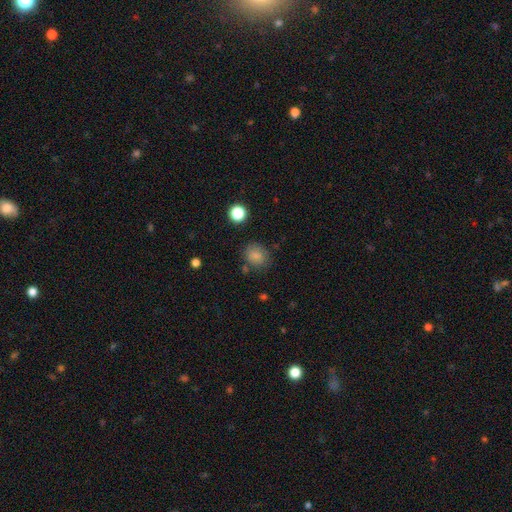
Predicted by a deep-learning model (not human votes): Overall: smooth (82%). How rounded: round (67%; in between 32%). Merging: none (77%).